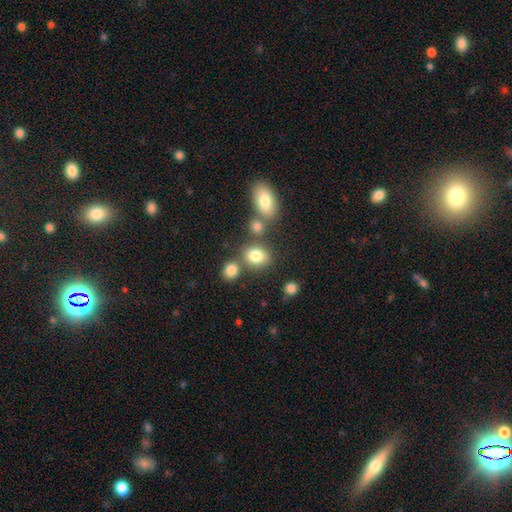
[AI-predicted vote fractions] A smooth galaxy with no disk features (81%) that is round (51%).

Vote fractions:
- Smooth or featured? smooth: 81% / star or artifact: 12% / featured or disk: 7%
- How rounded? round: 51% / in between: 47% / cigar-shaped: 1%
- Merging? none: 61% / merger: 23% / minor disturbance: 12% / major disturbance: 5%